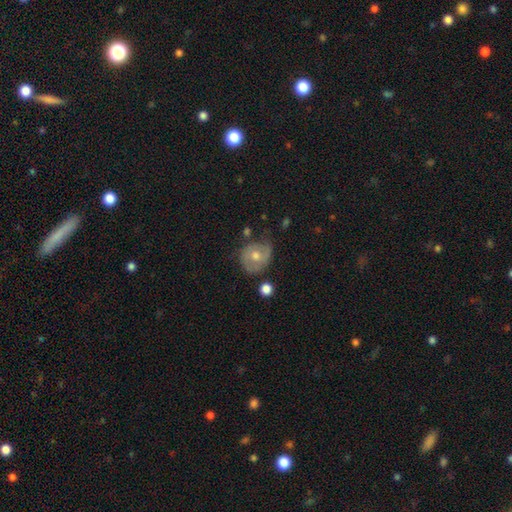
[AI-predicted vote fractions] This is possibly a featured or disk galaxy (59%). It is clearly not viewed edge-on (97%). Bar: likely no (76%). Spiral arm pattern: likely yes (69%). Central bulge: likely moderate (75%). Merging: likely none (63%).